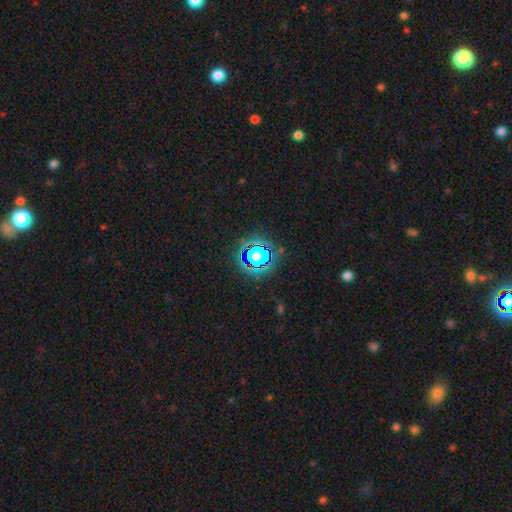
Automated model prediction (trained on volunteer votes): A star or artifact, not a galaxy (55%).